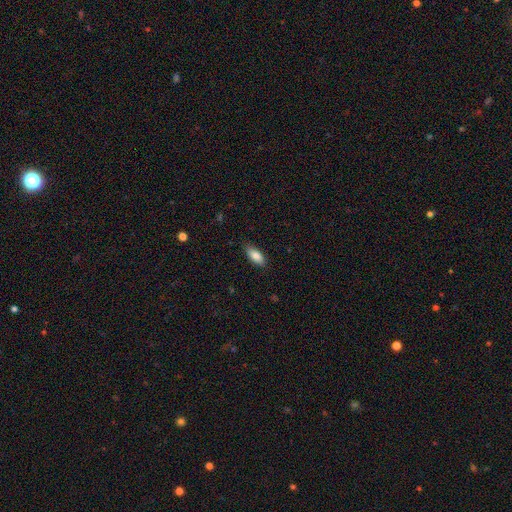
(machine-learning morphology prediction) Smooth or featured: smooth — 84% (featured or disk — 10%)
How rounded: in between — 83% (cigar-shaped — 15%)
Merging: none — 85% (minor disturbance — 12%)